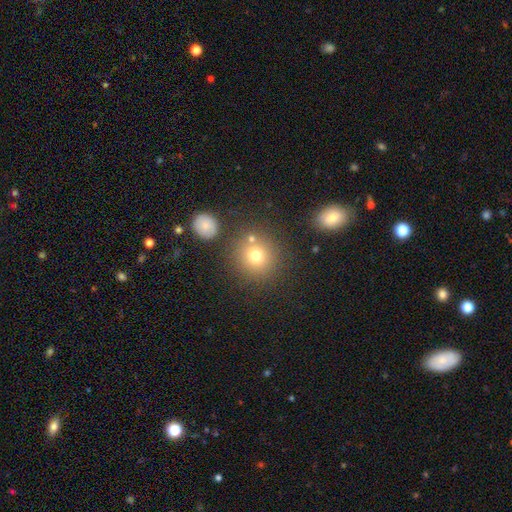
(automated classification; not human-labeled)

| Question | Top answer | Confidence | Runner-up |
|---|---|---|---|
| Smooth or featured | smooth | 75% | star or artifact (16%) |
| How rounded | round | 90% | in between (9%) |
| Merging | none | 78% | merger (9%) |